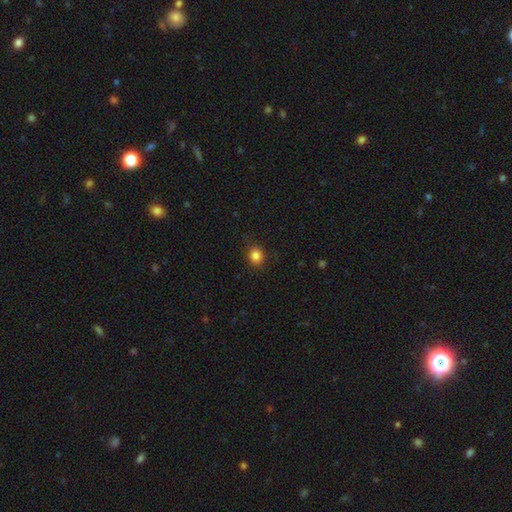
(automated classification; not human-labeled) Overall: smooth (85%). How rounded: round (75%). Merging: none (88%).